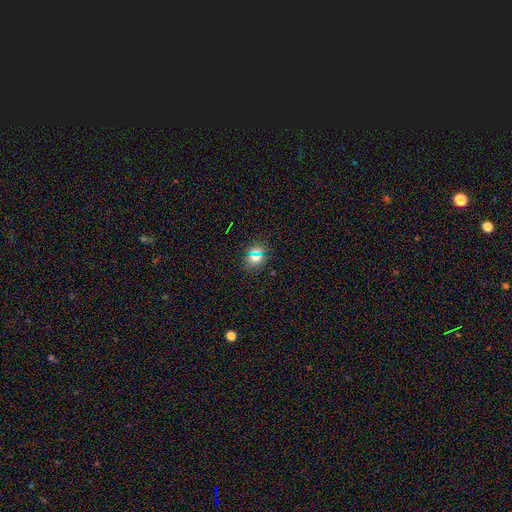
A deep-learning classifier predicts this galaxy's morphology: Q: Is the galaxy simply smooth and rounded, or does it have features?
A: smooth — 63%.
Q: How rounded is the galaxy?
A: round — 72%.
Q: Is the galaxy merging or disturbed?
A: none — 86%.